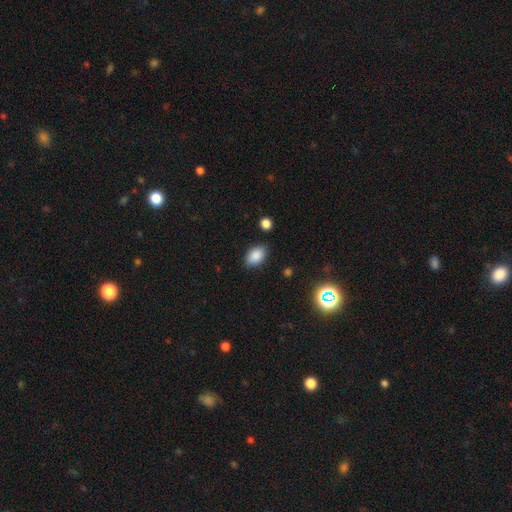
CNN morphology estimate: Smooth or featured: smooth — 86% (star or artifact — 9%)
How rounded: in between — 87% (round — 11%)
Merging: none — 83% (minor disturbance — 12%)